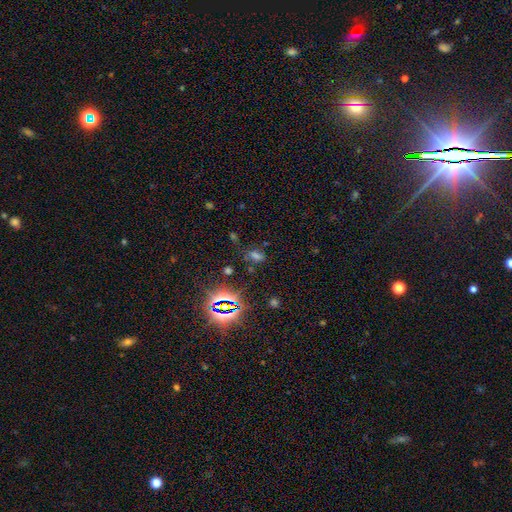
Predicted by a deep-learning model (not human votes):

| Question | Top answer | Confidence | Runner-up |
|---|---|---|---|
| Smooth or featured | star or artifact | 52% | smooth (38%) |